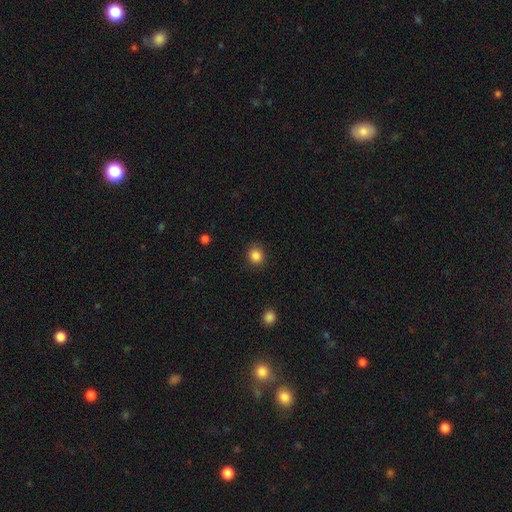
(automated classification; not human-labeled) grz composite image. It shows a smooth galaxy with no disk features (86%) that is round (82%). Merging: none (88%).